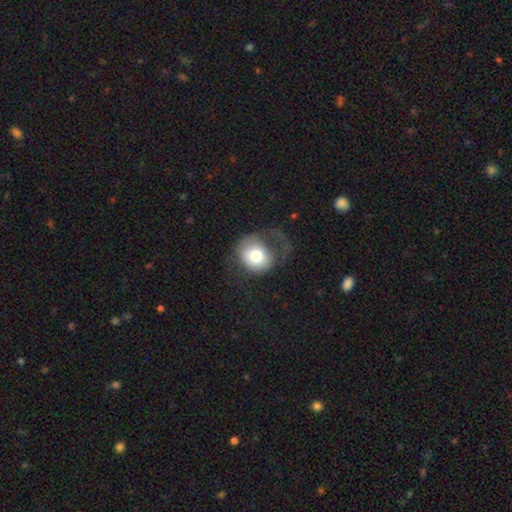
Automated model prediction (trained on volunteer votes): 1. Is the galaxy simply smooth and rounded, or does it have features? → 67% smooth, 25% featured or disk, 8% star or artifact.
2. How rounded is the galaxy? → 75% round, 24% in between, 1% cigar-shaped.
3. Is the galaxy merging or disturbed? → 41% major disturbance, 35% none, 22% minor disturbance, 2% merger.